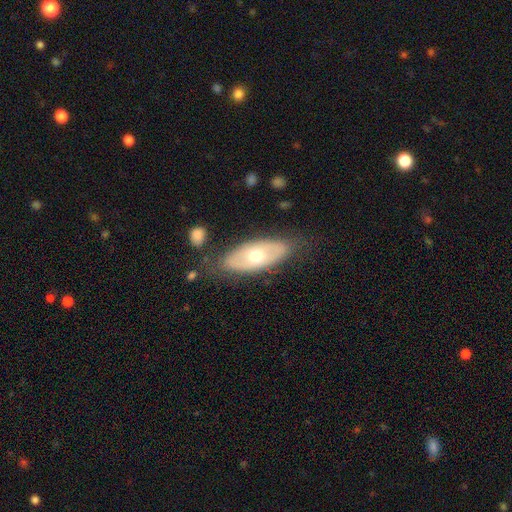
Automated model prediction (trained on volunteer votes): Smooth or featured: featured or disk — 50% (smooth — 44%)
Merging: none — 77% (minor disturbance — 15%)